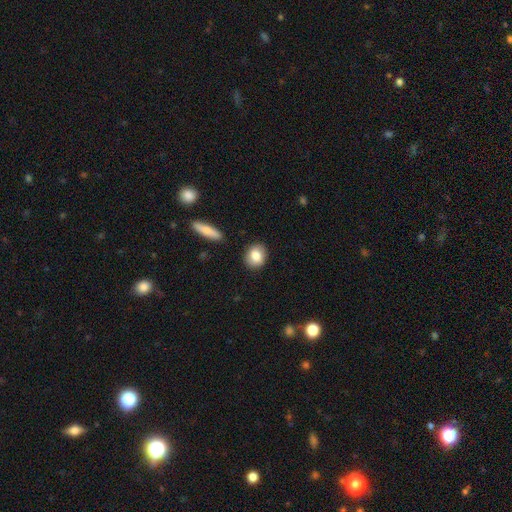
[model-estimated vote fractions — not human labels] Smooth or featured?
  - smooth: 82% *
  - featured or disk: 10%
  - star or artifact: 7%
How rounded?
  - round: 62% *
  - in between: 37%
  - cigar-shaped: 2%
Merging?
  - none: 87% *
  - minor disturbance: 9%
  - merger: 2%
  - major disturbance: 2%